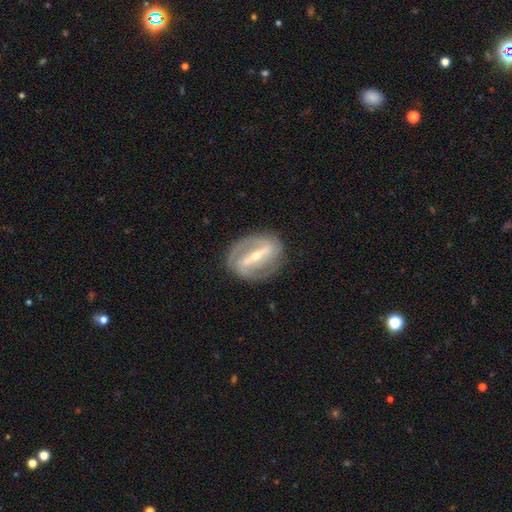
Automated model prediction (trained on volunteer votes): A featured or disk galaxy (86%) with a strong bar (79%), 2 (81%) tight (44%) spiral arms (81%) and a small central bulge (58%).

Vote fractions:
- Smooth or featured? featured or disk: 86% / smooth: 9% / star or artifact: 5%
- Edge-on disk? no: 91% / yes: 9%
- Bar? strong: 79% / weak: 16% / no: 6%
- Spiral arms? yes: 81% / no: 19%
- Spiral winding? tight: 44% / medium: 40% / loose: 16%
- Spiral arm count? 2: 81% / can't tell: 10% / 1: 3% / 3: 3% / 4: 1% / more than 4: 1%
- Bulge size? small: 58% / moderate: 39% / large: 2% / none: 1% / dominant: 1%
- Merging? none: 82% / minor disturbance: 12% / major disturbance: 5% / merger: 1%